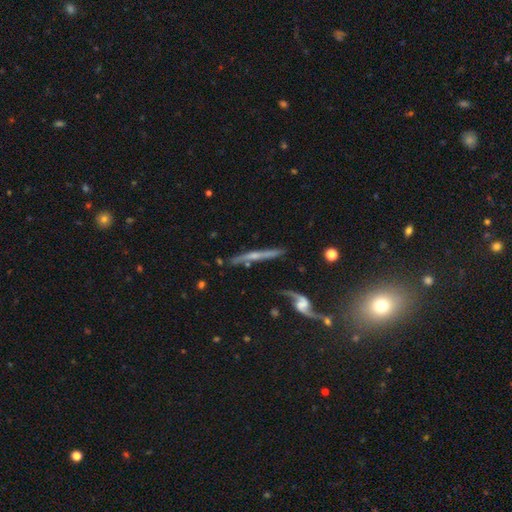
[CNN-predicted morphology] Smooth or featured? featured or disk (76%)
Edge-on disk? yes (84%)
Edge-on bulge? rounded (55%)
Merging? none (73%)